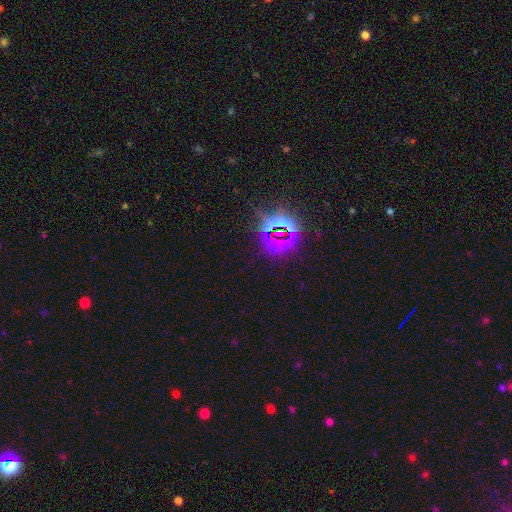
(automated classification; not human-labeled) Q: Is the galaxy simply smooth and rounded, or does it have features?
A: star or artifact — 77%.